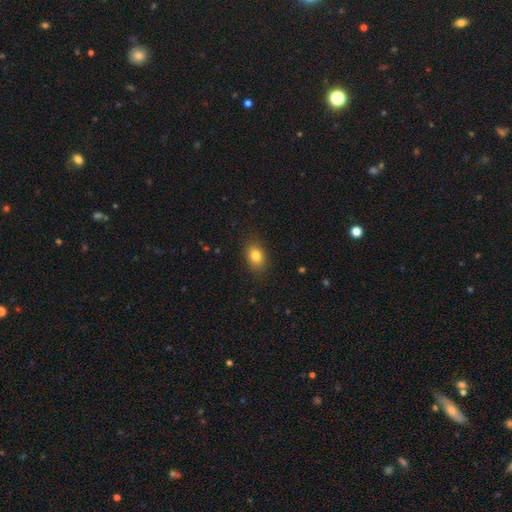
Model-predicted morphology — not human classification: This appears to be a smooth galaxy with no disk features (82%) that is in between round and cigar-shaped (76%). Merging: none (86%).